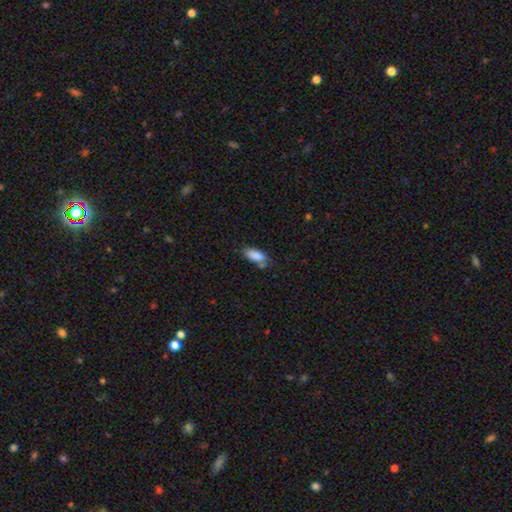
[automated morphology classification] Smooth or featured? Predicted: smooth (p=0.86). How rounded? Predicted: in between (p=0.82). Merging? Predicted: none (p=0.59).